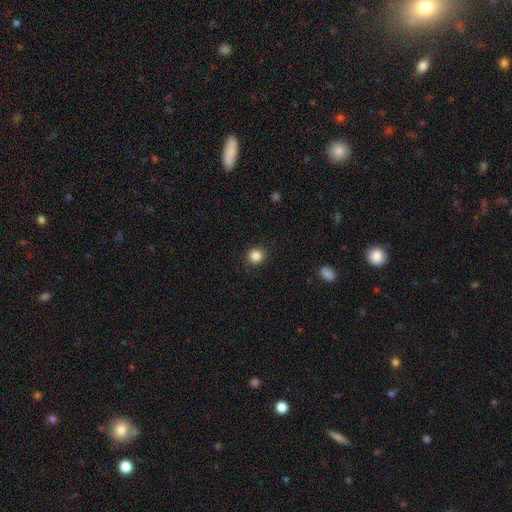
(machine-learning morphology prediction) Overall: smooth (86%). How rounded: round (91%). Merging: none (88%).